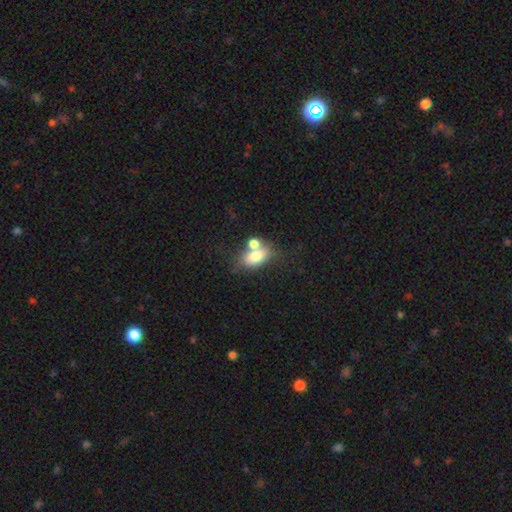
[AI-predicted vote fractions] smooth-or-featured: smooth: 72% | featured or disk: 18% | star or artifact: 10%
  how-rounded: in between: 82% | round: 14% | cigar-shaped: 4%
  merging: none: 40% (tied) | merger: 40% (tied) | minor disturbance: 13% | major disturbance: 7%